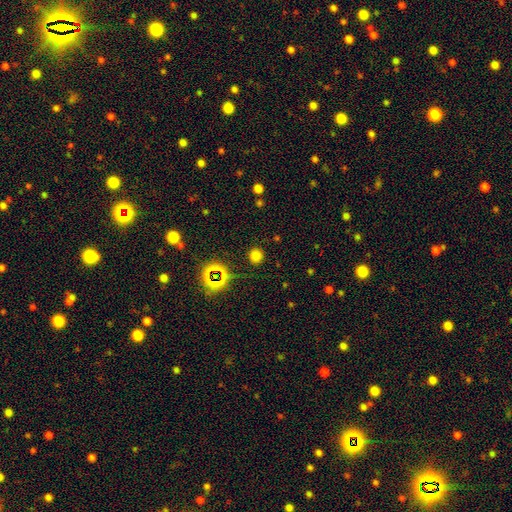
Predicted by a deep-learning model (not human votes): Q: Smooth or featured?
A: smooth (69%); runner-up: star or artifact (26%)
Q: How rounded?
A: round (89%); runner-up: in between (10%)
Q: Merging?
A: none (87%); runner-up: minor disturbance (8%)